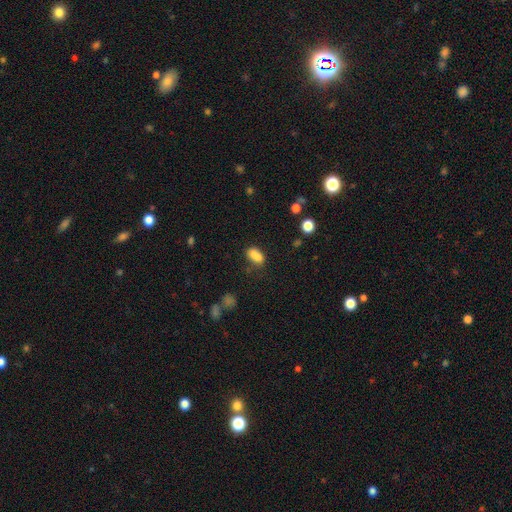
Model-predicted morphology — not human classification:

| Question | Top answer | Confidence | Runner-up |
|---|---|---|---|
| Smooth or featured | smooth | 81% | star or artifact (11%) |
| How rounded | in between | 84% | round (11%) |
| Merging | none | 48% | merger (23%) |